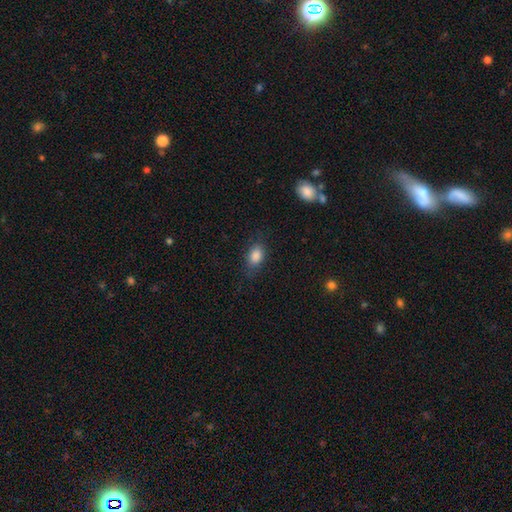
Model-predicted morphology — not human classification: Q: Smooth or featured?
A: smooth (85%); runner-up: star or artifact (8%)
Q: How rounded?
A: in between (83%); runner-up: round (14%)
Q: Merging?
A: none (76%); runner-up: minor disturbance (17%)